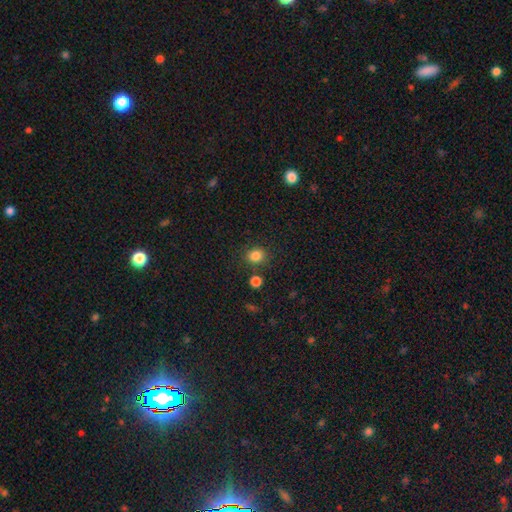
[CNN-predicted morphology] This is clearly a smooth galaxy (83%). How rounded: likely round (74%). Merging: clearly none (81%).